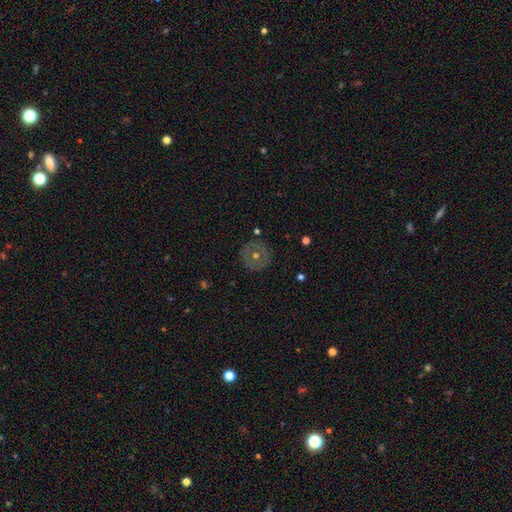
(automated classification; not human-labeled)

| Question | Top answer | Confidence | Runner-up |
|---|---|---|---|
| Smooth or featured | smooth | 47% | featured or disk (44%) |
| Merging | none | 88% | minor disturbance (8%) |